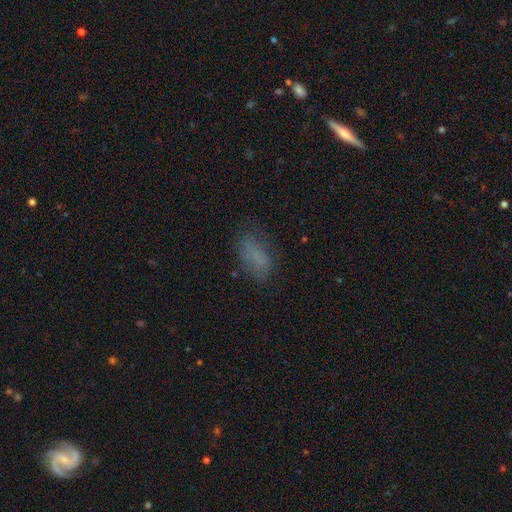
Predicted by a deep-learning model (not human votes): The model was most divided on "merging": none: 64%, minor disturbance: 22%, major disturbance: 12%, merger: 2%. More confident: how rounded — in between (87%); smooth or featured — smooth (72%).